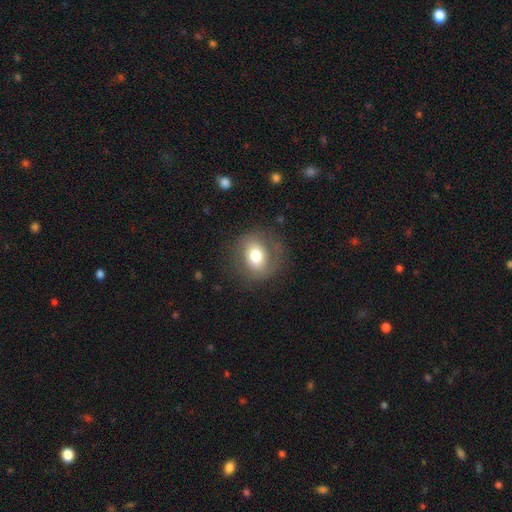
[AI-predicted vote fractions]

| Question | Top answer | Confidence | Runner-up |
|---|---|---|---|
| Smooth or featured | smooth | 66% | featured or disk (25%) |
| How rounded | round | 67% | in between (32%) |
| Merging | none | 76% | minor disturbance (14%) |